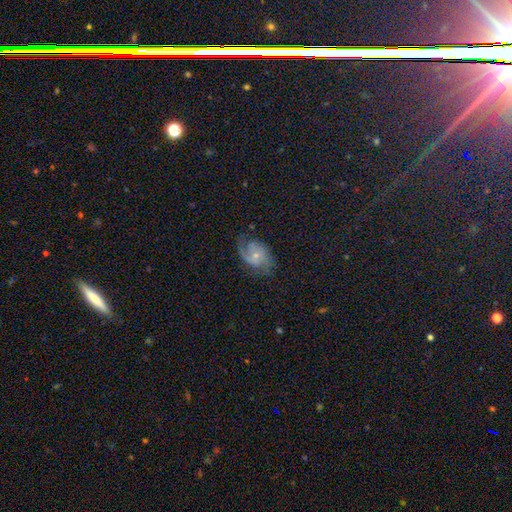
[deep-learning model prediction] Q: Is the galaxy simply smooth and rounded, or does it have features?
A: featured or disk — 78%.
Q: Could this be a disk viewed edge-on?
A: no — 97%.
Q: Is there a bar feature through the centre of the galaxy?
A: no — 70%.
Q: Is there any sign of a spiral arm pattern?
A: yes — 94%.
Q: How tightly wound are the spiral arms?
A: medium — 47%.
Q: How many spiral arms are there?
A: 2 — 68%.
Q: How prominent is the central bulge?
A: small — 64%.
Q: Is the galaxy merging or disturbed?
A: none — 67%.